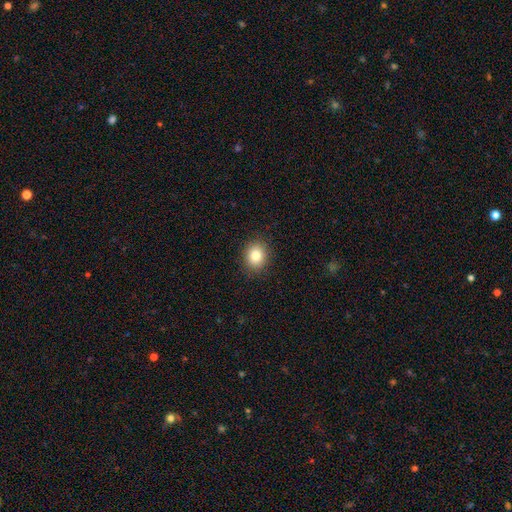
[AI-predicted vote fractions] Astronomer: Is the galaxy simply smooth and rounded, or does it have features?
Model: smooth — 83%.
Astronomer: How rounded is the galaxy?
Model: round — 64%.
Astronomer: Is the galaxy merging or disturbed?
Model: none — 89%.